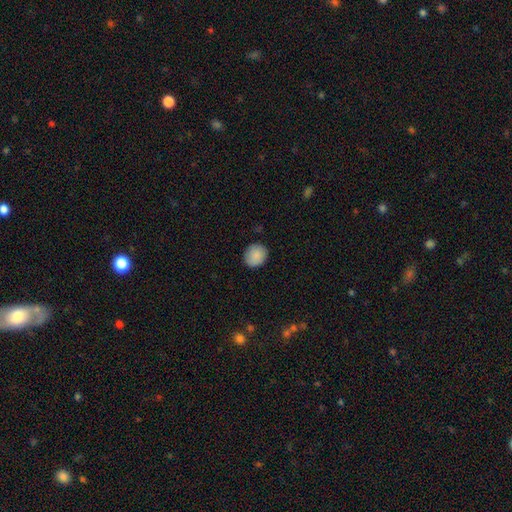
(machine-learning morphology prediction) Smooth or featured? Predicted: smooth (p=0.88). How rounded? Predicted: round (p=0.79). Merging? Predicted: none (p=0.86).